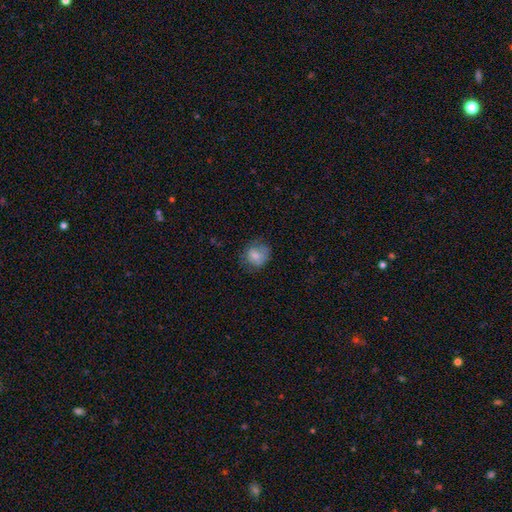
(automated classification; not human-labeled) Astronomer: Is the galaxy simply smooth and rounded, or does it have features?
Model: smooth — 74%.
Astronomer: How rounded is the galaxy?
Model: round — 71%.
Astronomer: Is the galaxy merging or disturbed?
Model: none — 65%.